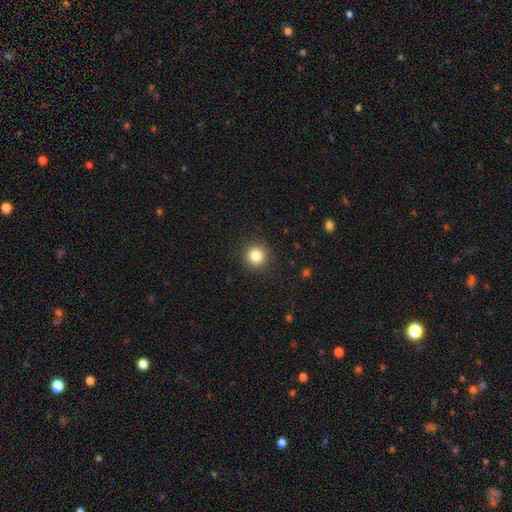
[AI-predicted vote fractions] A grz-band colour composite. It shows a smooth galaxy with no disk features (83%) that is round (93%). Merging: none (91%).